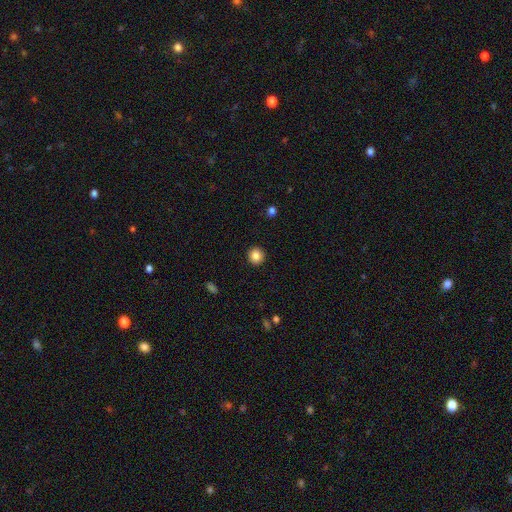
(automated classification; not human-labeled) Q: Smooth or featured?
A: smooth (85%); runner-up: star or artifact (10%)
Q: How rounded?
A: round (92%); runner-up: in between (7%)
Q: Merging?
A: none (93%); runner-up: minor disturbance (5%)